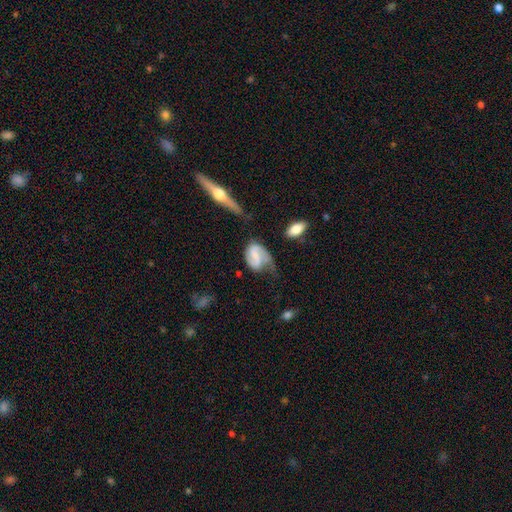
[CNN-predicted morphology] smooth_or_featured: featured or disk (p=0.69) [alt: smooth p=0.24]
disk_edge_on: no (p=0.96) [alt: yes p=0.04]
bar: weak (p=0.42) [alt: strong p=0.34]
has_spiral_arms: yes (p=0.90) [alt: no p=0.10]
spiral_winding: medium (p=0.42) [alt: loose p=0.36]
spiral_arm_count: 2 (p=0.78) [alt: 1 p=0.14]
bulge_size: none (p=0.49) [alt: small p=0.29]
merging: none (p=0.43) [alt: minor disturbance p=0.29]